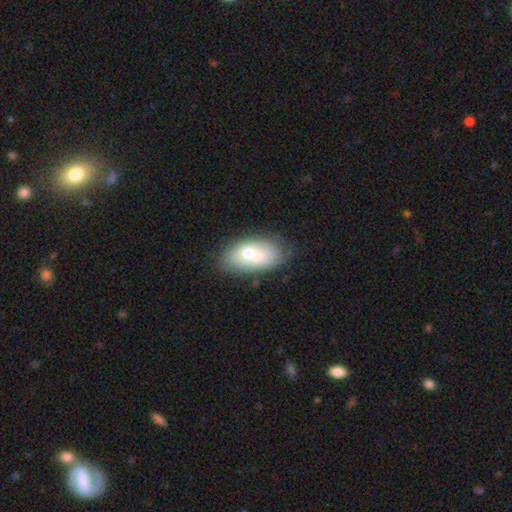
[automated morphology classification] Smooth or featured: smooth — 64% (featured or disk — 28%)
How rounded: in between — 90% (round — 7%)
Merging: none — 50% (merger — 29%)